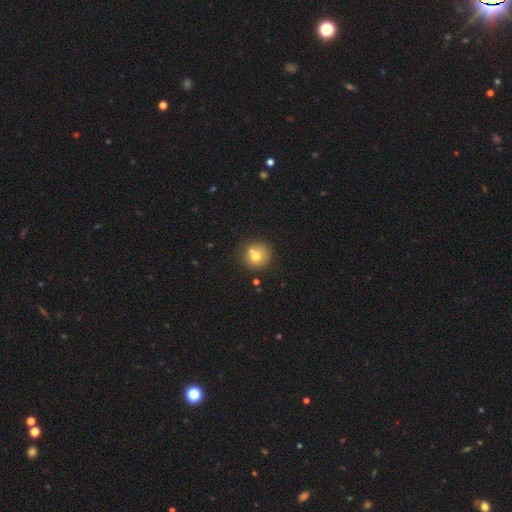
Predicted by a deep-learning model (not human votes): smooth-or-featured: smooth: 72% | featured or disk: 17% | star or artifact: 11%
  how-rounded: round: 92% | in between: 7% | cigar-shaped: 1%
  merging: none: 67% | merger: 17% | minor disturbance: 12% | major disturbance: 3%